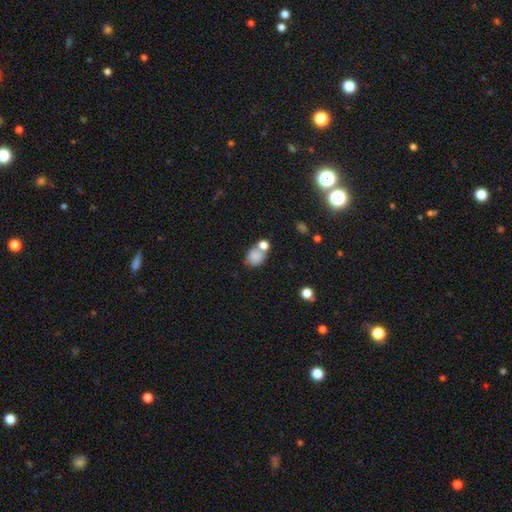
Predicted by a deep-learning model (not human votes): smooth-or-featured: smooth: 81% | star or artifact: 10% | featured or disk: 9%
  how-rounded: in between: 60% | round: 39% | cigar-shaped: 1%
  merging: none: 46% | merger: 35% | minor disturbance: 14% | major disturbance: 5%